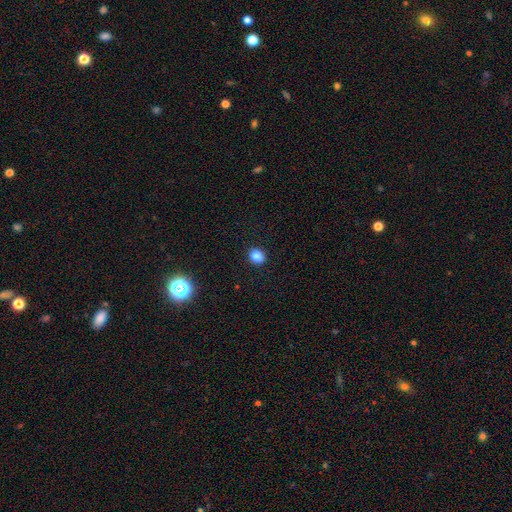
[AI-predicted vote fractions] smooth_or_featured: smooth (p=0.85) [alt: star or artifact p=0.11]
how_rounded: round (p=0.59) [alt: in between p=0.40]
merging: none (p=0.90) [alt: minor disturbance p=0.07]